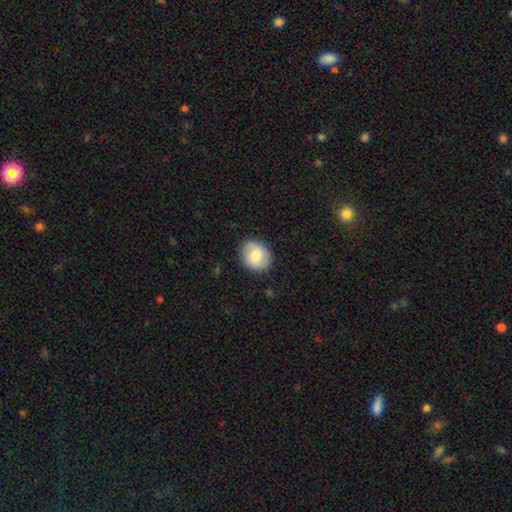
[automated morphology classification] Overall: smooth (75%). How rounded: round (62%; in between 37%). Merging: none (86%).